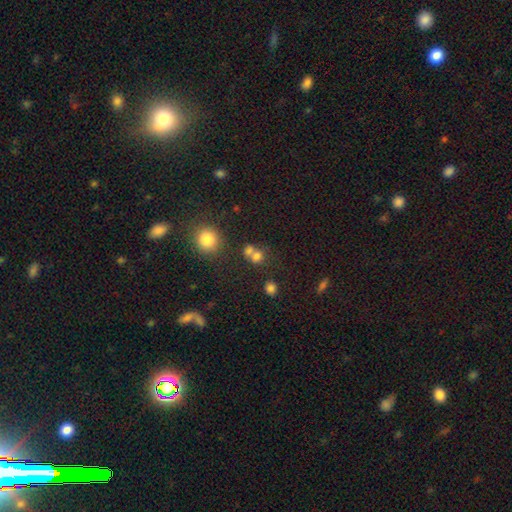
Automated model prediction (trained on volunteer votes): The model was most divided on "merging": merger: 44%, none: 43%, minor disturbance: 8%, major disturbance: 5%. More confident: how rounded — round (76%); smooth or featured — smooth (69%).